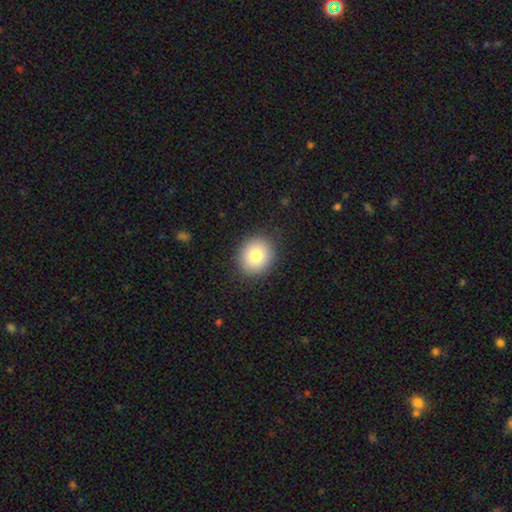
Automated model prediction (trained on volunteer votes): This appears to be a smooth galaxy with no disk features (80%) that is round (83%). Merging: none (89%).